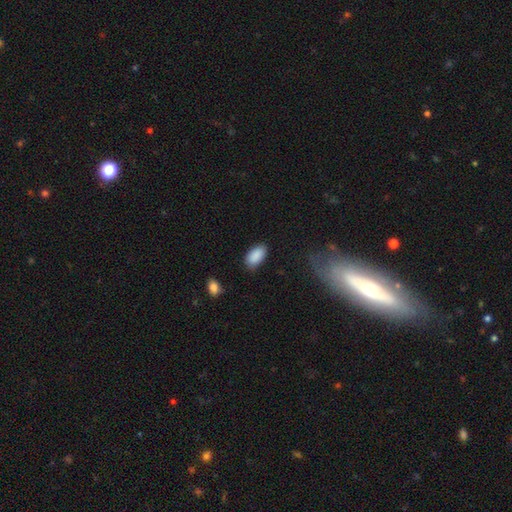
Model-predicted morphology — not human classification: smooth 90%, star or artifact 6%, featured or disk 4%. Down the decision tree: how rounded — in between (94%); merging — none (80%).